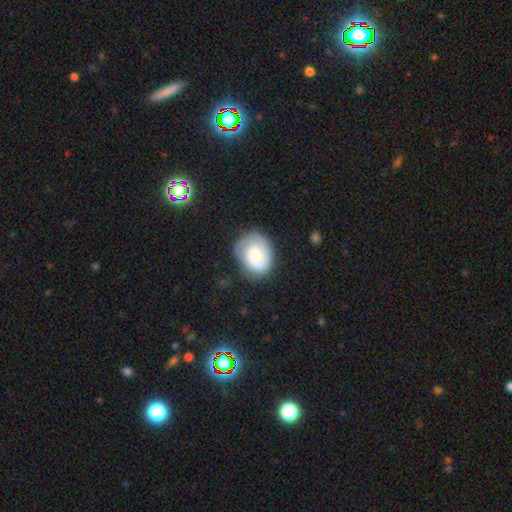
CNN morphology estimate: Smooth or featured? Predicted: featured or disk (p=0.56). Edge-on disk? Predicted: no (p=0.97). Bar? Predicted: no (p=0.76). Spiral arms? Predicted: yes (p=0.79). Bulge size? Predicted: moderate (p=0.60). Merging? Predicted: none (p=0.63).